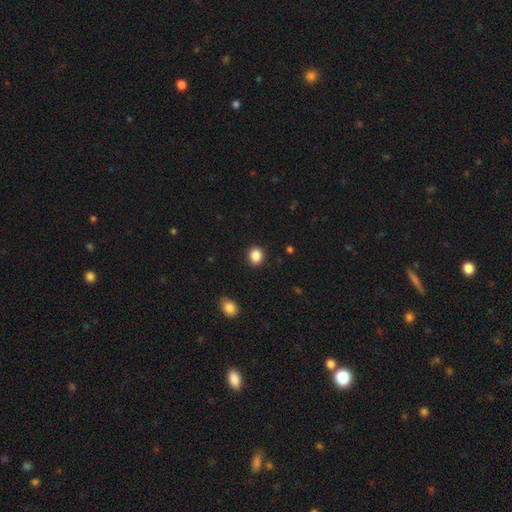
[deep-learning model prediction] Morphology: type=smooth (87%); roundness=round (61%); merging=none (90%).